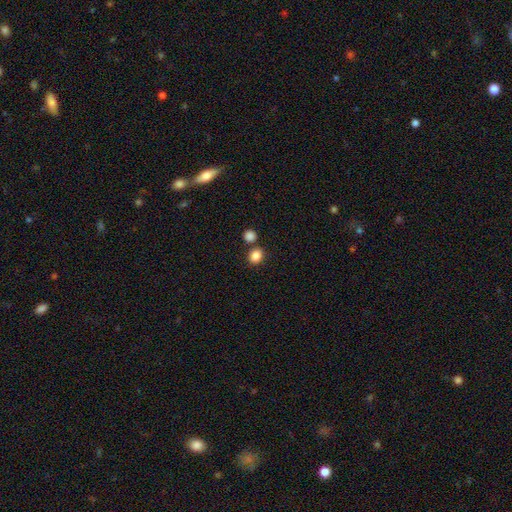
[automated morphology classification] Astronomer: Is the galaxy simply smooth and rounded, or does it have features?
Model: smooth — 86%.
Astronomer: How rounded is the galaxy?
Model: round — 66%.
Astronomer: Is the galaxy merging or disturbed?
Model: none — 74%.